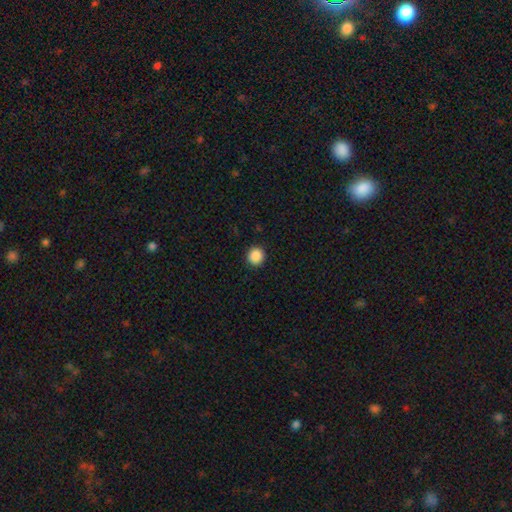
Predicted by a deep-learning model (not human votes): Smooth or featured? smooth (88%)
How rounded? round (94%)
Merging? none (92%)